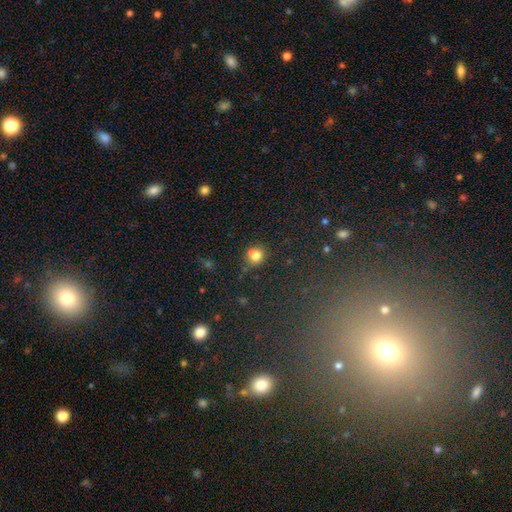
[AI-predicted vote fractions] Overall: smooth (77%). How rounded: round (79%). Merging: none (64%).